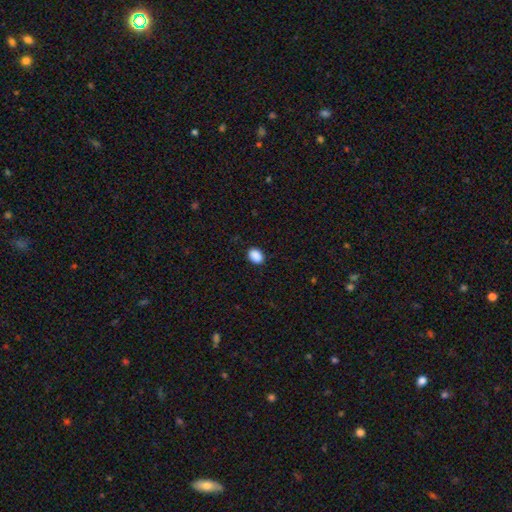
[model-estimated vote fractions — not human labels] A smooth galaxy with no disk features (90%) that is in between round and cigar-shaped (71%).

Vote fractions:
- Smooth or featured? smooth: 90% / star or artifact: 8% / featured or disk: 2%
- How rounded? in between: 71% / round: 28% / cigar-shaped: 1%
- Merging? none: 86% / minor disturbance: 10% / major disturbance: 2% / merger: 1%